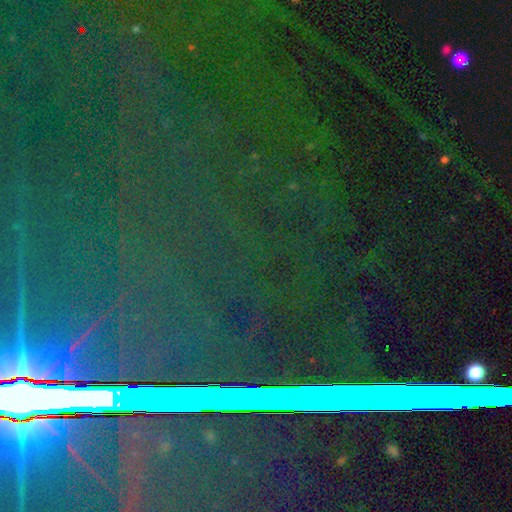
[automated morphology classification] Smooth or featured? Predicted: star or artifact (p=0.86).